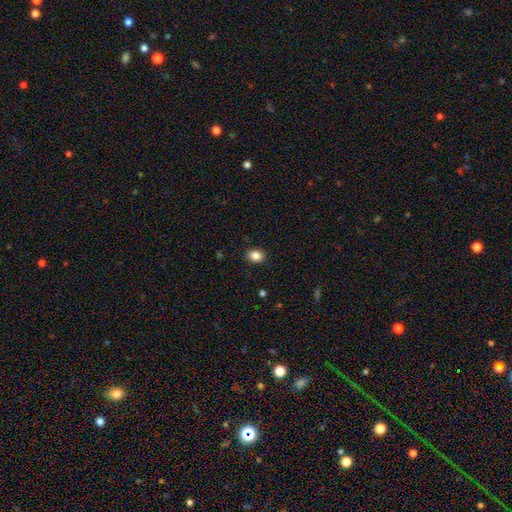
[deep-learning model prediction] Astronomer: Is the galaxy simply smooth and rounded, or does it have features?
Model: smooth — 86%.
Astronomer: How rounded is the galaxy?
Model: in between — 55% (runner-up: round, 44%).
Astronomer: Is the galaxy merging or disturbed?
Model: none — 90%.